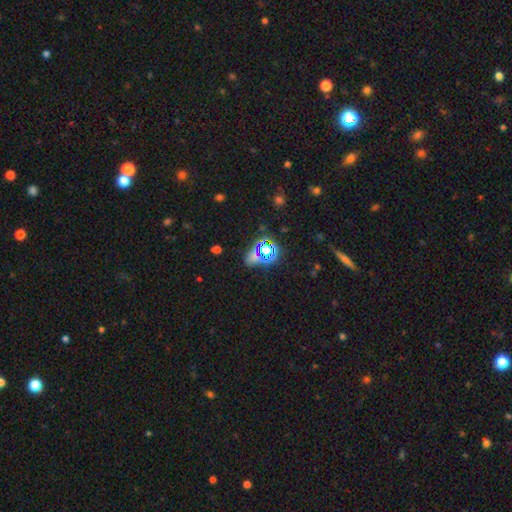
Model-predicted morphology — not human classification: Q: Smooth or featured?
A: star or artifact (59%); runner-up: smooth (31%)